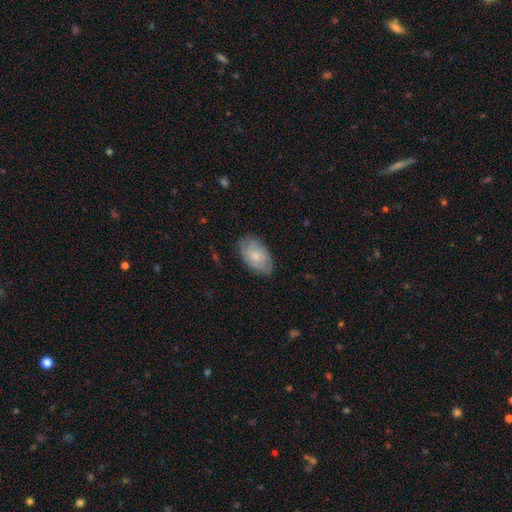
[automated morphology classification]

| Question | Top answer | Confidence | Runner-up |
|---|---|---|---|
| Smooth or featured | smooth | 48% | featured or disk (45%) |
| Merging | none | 77% | minor disturbance (18%) |